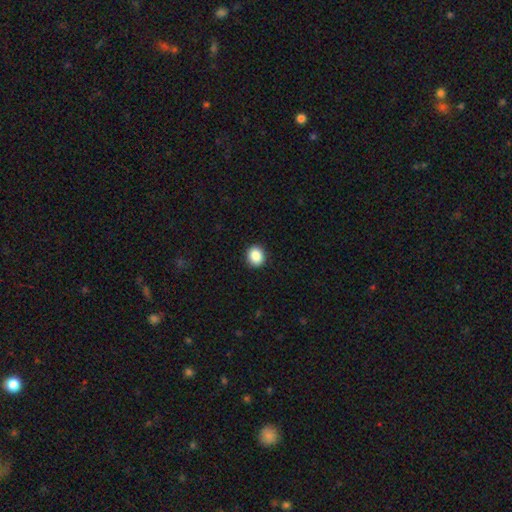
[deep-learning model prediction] Morphology: type=smooth (88%); roundness=round (69%); merging=none (91%).